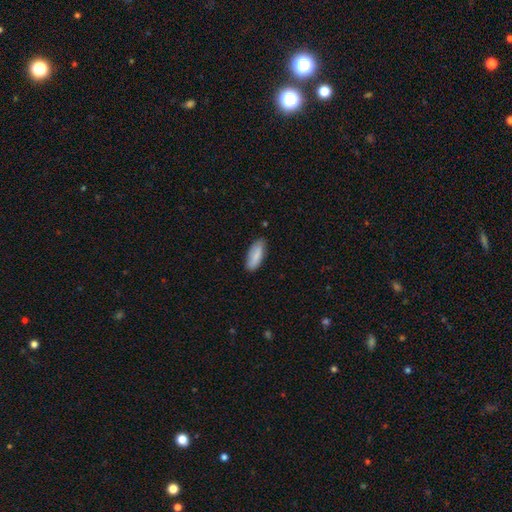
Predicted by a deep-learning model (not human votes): Q: Smooth or featured?
A: smooth (83%); runner-up: featured or disk (12%)
Q: How rounded?
A: in between (75%); runner-up: cigar-shaped (23%)
Q: Merging?
A: none (80%); runner-up: minor disturbance (16%)